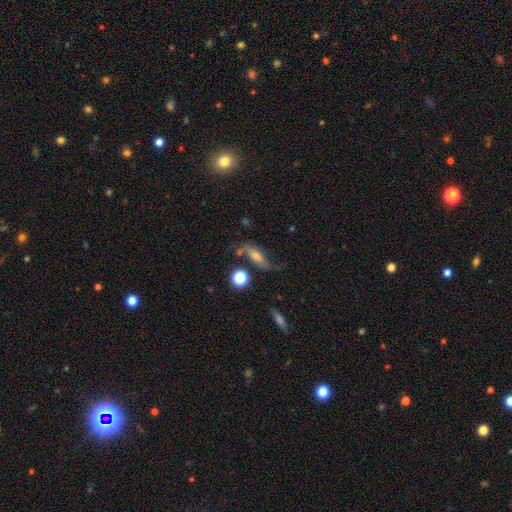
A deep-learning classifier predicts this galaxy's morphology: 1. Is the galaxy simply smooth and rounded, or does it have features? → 63% featured or disk, 24% smooth, 13% star or artifact.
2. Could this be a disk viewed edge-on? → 78% no, 22% yes.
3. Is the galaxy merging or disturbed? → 57% none, 21% minor disturbance, 15% major disturbance, 7% merger.